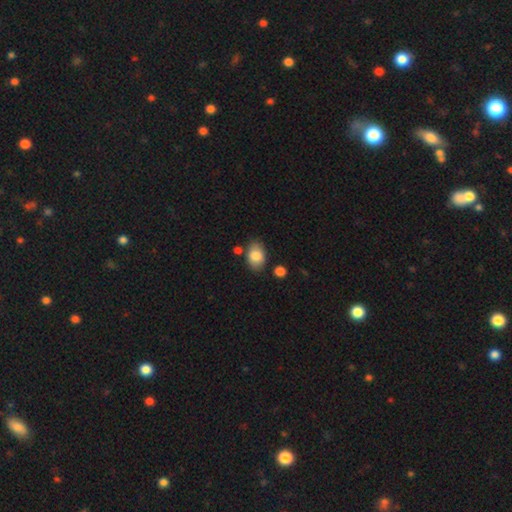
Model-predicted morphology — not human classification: type=smooth (83%); roundness=in between (84%); merging=none (76%).